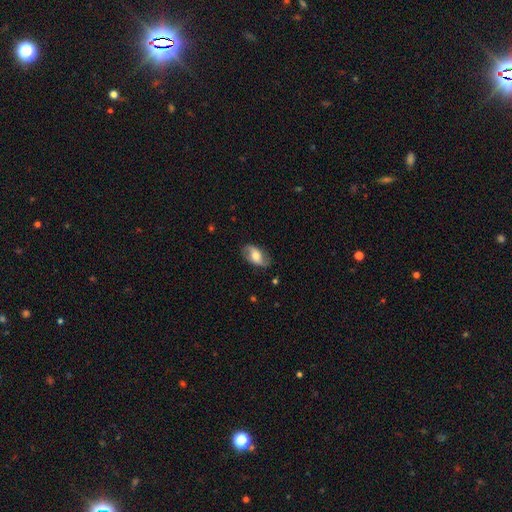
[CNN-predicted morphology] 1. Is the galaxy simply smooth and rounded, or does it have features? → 53% featured or disk, 40% smooth, 7% star or artifact.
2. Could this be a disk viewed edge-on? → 92% no, 8% yes.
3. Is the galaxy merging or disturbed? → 78% none, 16% minor disturbance, 5% major disturbance, 1% merger.